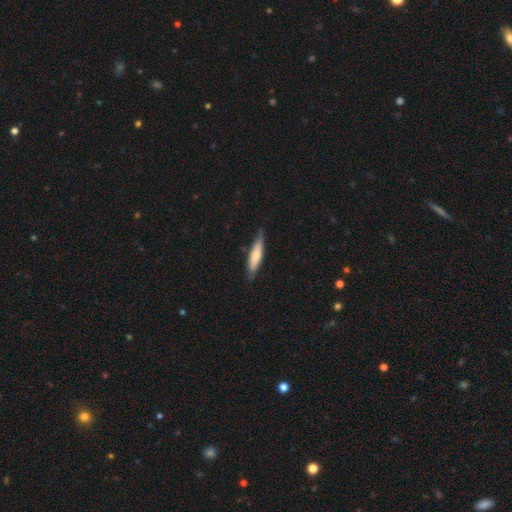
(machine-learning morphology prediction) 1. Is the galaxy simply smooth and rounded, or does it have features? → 63% smooth, 32% featured or disk, 5% star or artifact.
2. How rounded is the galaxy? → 79% cigar-shaped, 19% in between, 1% round.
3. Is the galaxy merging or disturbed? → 76% none, 20% minor disturbance, 3% major disturbance, 1% merger.